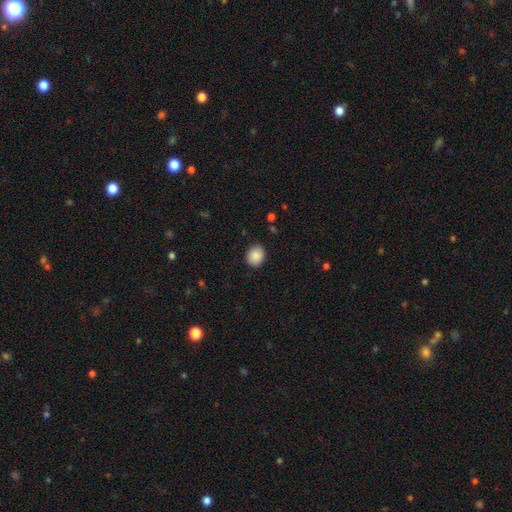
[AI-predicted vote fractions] Smooth or featured?
  - smooth: 88% *
  - star or artifact: 8%
  - featured or disk: 4%
How rounded?
  - round: 54% *
  - in between: 45%
  - cigar-shaped: 1%
Merging?
  - none: 88% *
  - minor disturbance: 9%
  - major disturbance: 2%
  - merger: 1%